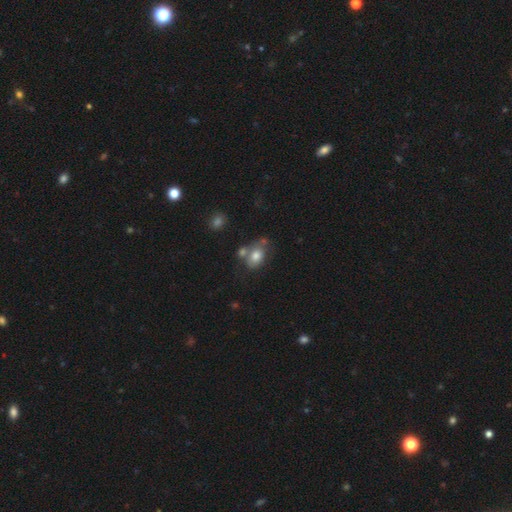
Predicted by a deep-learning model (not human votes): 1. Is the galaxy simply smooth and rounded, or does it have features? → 75% smooth, 17% featured or disk, 9% star or artifact.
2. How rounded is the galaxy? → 73% in between, 26% round, 1% cigar-shaped.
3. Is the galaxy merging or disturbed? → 45% none, 28% merger, 19% minor disturbance, 8% major disturbance.